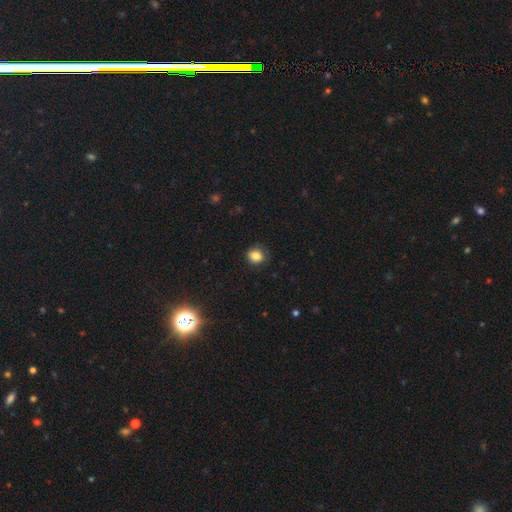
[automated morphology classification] The model was most divided on "how rounded": round: 75%, in between: 24%, cigar-shaped: 1%. More confident: smooth or featured — smooth (83%); merging — none (80%).